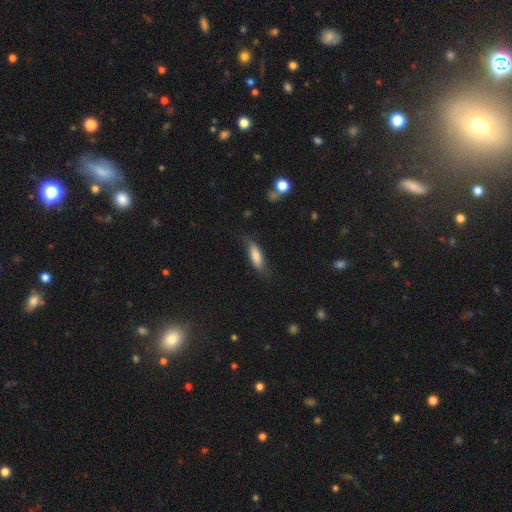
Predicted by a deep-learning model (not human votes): smooth-or-featured: smooth: 77% | featured or disk: 16% | star or artifact: 6%
  how-rounded: cigar-shaped: 53% | in between: 46% | round: 2%
  merging: none: 74% | minor disturbance: 20% | major disturbance: 5% | merger: 2%